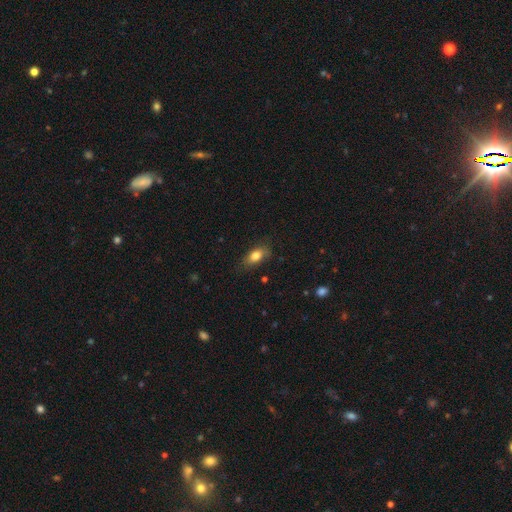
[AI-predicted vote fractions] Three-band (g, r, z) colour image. It shows a smooth galaxy with no disk features (81%) that is in between round and cigar-shaped (84%). Merging: none (75%).